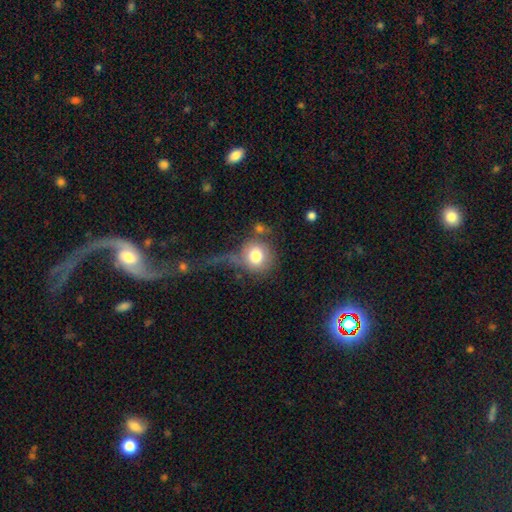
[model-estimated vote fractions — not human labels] Smooth or featured? smooth (76%)
How rounded? round (88%)
Merging? none (40%)